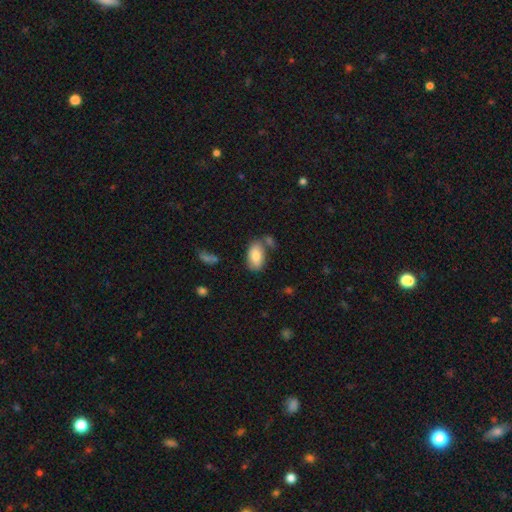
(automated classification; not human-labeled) Morphology: type=smooth (81%); roundness=in between (94%); merging=none (65%).